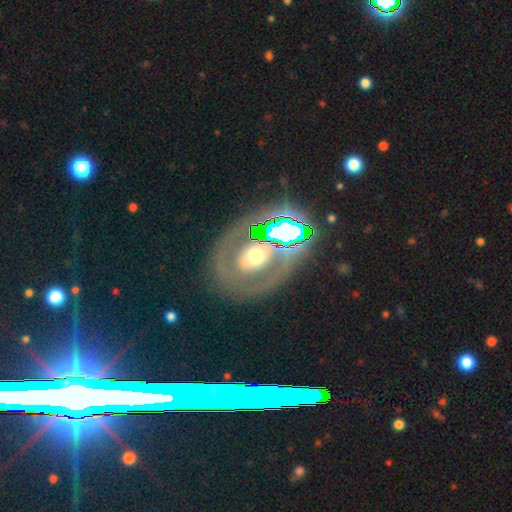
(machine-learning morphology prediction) This appears to be a featured or disk galaxy (57%) with no bar (65%), no spiral arms (68%) and a moderate central bulge (62%). Merging: none (70%).